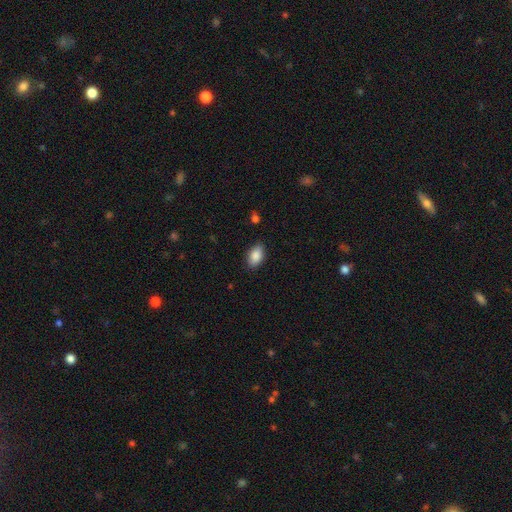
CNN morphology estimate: Smooth or featured?
  - smooth: 87% *
  - star or artifact: 7%
  - featured or disk: 6%
How rounded?
  - in between: 92% *
  - round: 6%
  - cigar-shaped: 2%
Merging?
  - none: 85% *
  - minor disturbance: 11%
  - major disturbance: 2%
  - merger: 1%